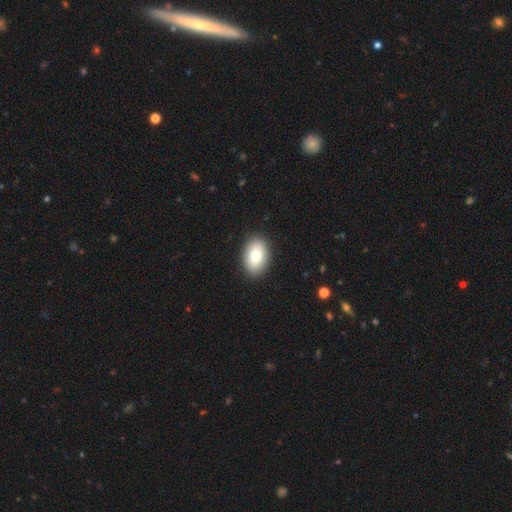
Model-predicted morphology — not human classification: smooth 80%, featured or disk 13%, star or artifact 7%. Down the decision tree: how rounded — in between (86%); merging — none (90%).